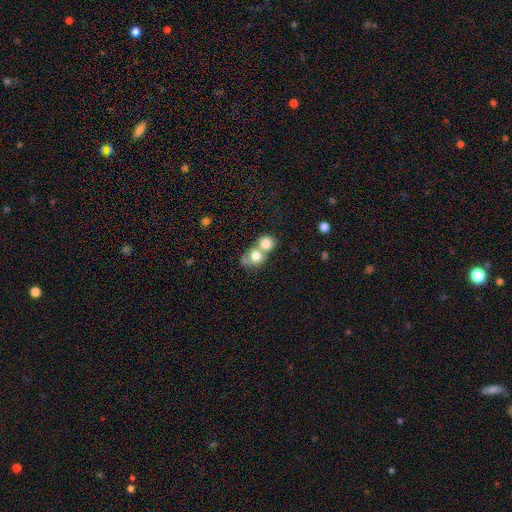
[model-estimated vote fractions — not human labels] Smooth or featured? Predicted: smooth (p=0.75). How rounded? Predicted: round (p=0.70). Merging? Predicted: merger (p=0.70).